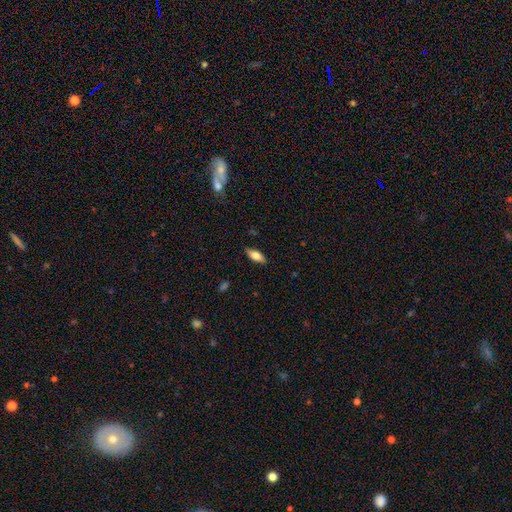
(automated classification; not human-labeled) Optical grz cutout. It shows a smooth galaxy with no disk features (67%) that is in between round and cigar-shaped (74%). Merging: none (87%).